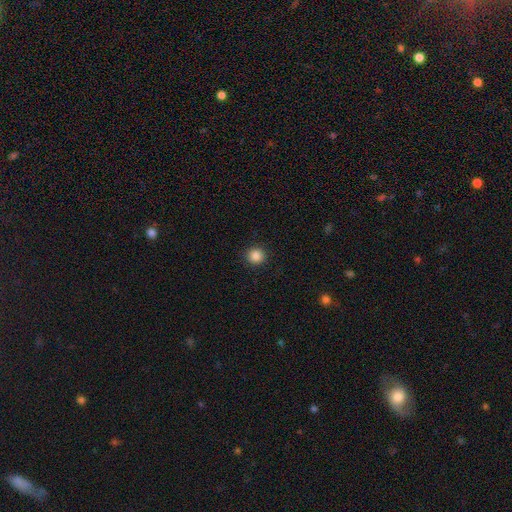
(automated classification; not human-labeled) Q: Smooth or featured?
A: smooth (87%); runner-up: star or artifact (10%)
Q: How rounded?
A: round (94%); runner-up: in between (5%)
Q: Merging?
A: none (92%); runner-up: minor disturbance (5%)